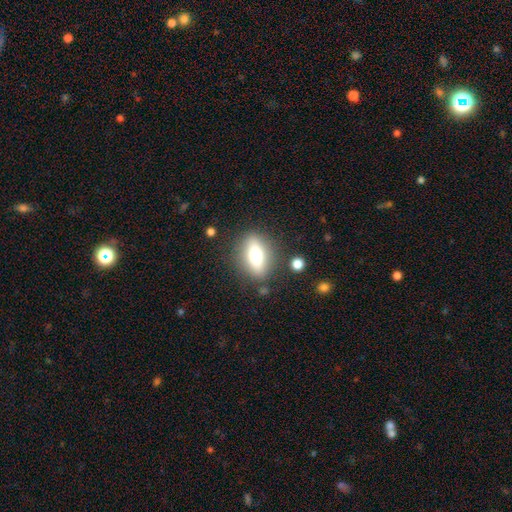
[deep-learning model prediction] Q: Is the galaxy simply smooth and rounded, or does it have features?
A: smooth — 62%.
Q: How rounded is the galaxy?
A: in between — 70%.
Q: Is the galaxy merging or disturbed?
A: none — 82%.